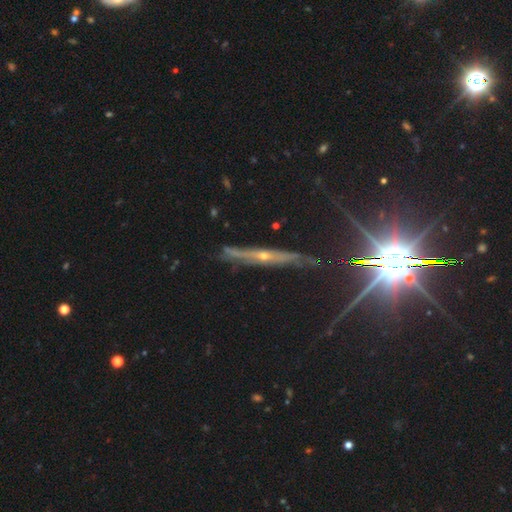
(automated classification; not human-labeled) Morphology: type=featured or disk (69%); edge-on=yes (90%); edge-on bulge=rounded (79%); merging=none (79%).